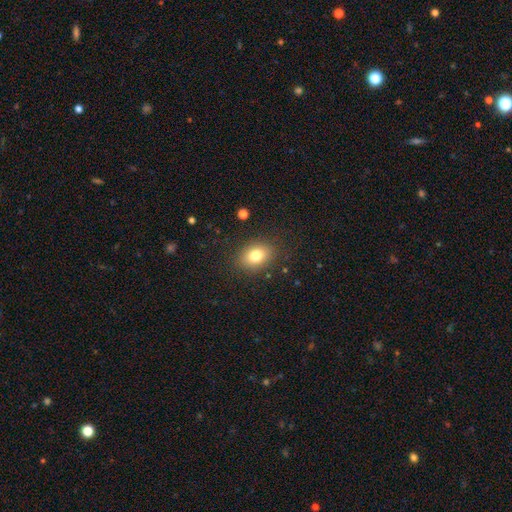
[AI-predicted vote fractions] Smooth or featured?
  - smooth: 79% *
  - featured or disk: 11%
  - star or artifact: 11%
How rounded?
  - in between: 68% *
  - round: 31%
  - cigar-shaped: 1%
Merging?
  - none: 86% *
  - minor disturbance: 9%
  - major disturbance: 3%
  - merger: 1%